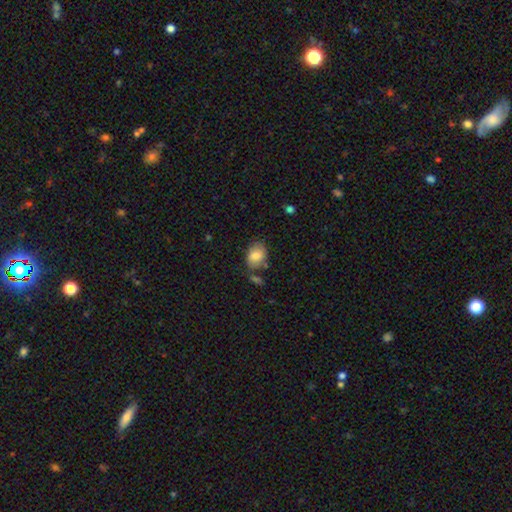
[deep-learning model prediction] smooth_or_featured: smooth (p=0.82) [alt: featured or disk p=0.10]
how_rounded: in between (p=0.74) [alt: round p=0.25]
merging: none (p=0.65) [alt: minor disturbance p=0.20]